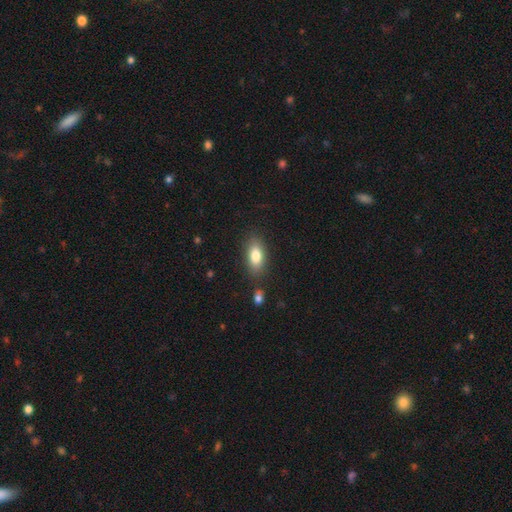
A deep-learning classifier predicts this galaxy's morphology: Overall: smooth (81%). How rounded: in between (86%). Merging: none (83%).